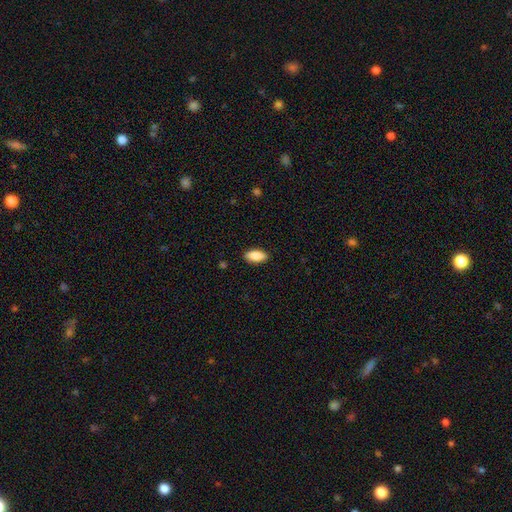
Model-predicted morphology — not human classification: smooth_or_featured: smooth (p=0.87) [alt: featured or disk p=0.07]
how_rounded: in between (p=0.89) [alt: cigar-shaped p=0.09]
merging: none (p=0.89) [alt: minor disturbance p=0.08]